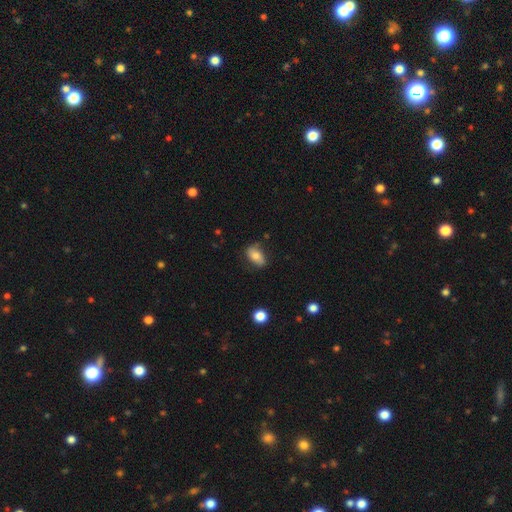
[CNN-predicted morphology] Q: Smooth or featured?
A: smooth (71%); runner-up: featured or disk (20%)
Q: How rounded?
A: in between (88%); runner-up: round (9%)
Q: Merging?
A: none (70%); runner-up: minor disturbance (23%)